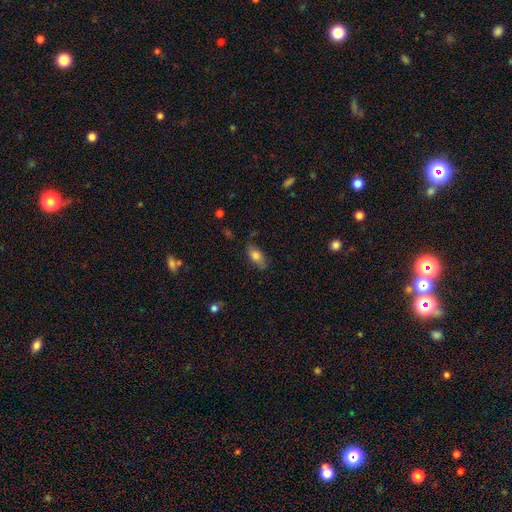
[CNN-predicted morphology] smooth-or-featured: smooth: 75% | featured or disk: 17% | star or artifact: 8%
  how-rounded: in between: 84% | cigar-shaped: 11% | round: 5%
  merging: none: 72% | minor disturbance: 20% | major disturbance: 5% | merger: 2%